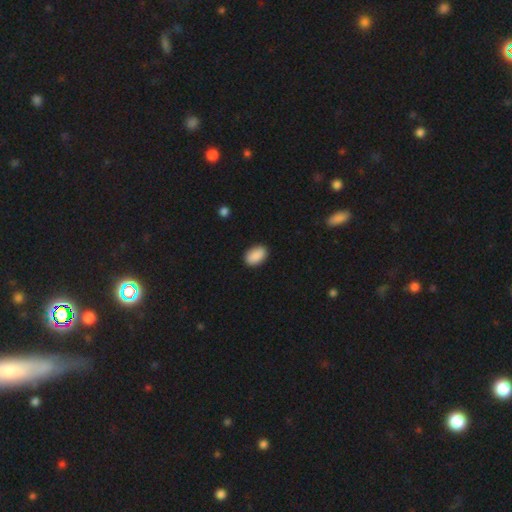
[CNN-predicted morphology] Smooth or featured? Predicted: smooth (p=0.90). How rounded? Predicted: in between (p=0.90). Merging? Predicted: none (p=0.89).